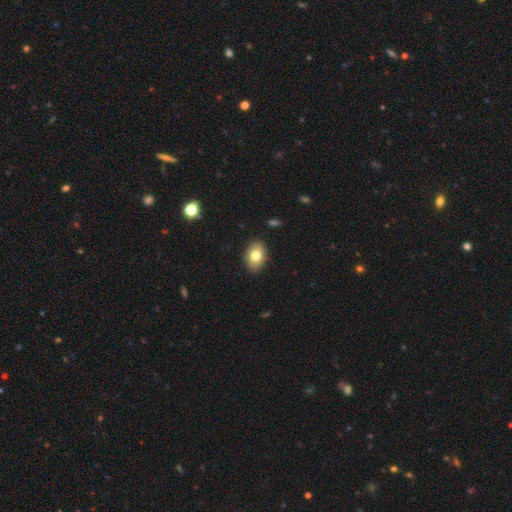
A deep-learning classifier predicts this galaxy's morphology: smooth 78%, featured or disk 14%, star or artifact 8%. Down the decision tree: how rounded — in between (82%); merging — none (88%).